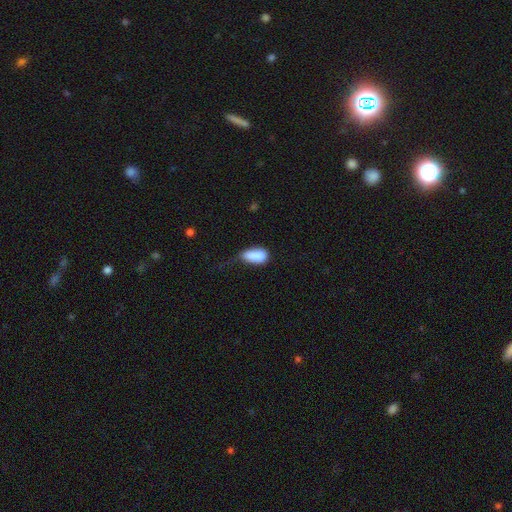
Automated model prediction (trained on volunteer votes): A smooth galaxy with no disk features (84%) that is in between round and cigar-shaped (86%). Merging: minor disturbance (40%).